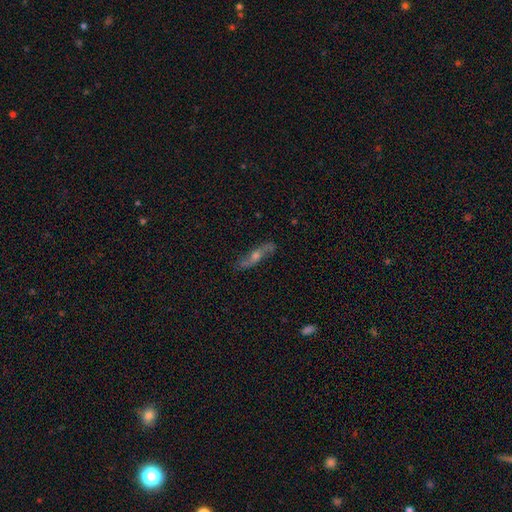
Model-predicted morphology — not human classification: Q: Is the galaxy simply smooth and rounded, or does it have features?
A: featured or disk — 71%.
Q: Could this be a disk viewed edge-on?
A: no — 59%.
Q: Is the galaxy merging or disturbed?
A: none — 82%.